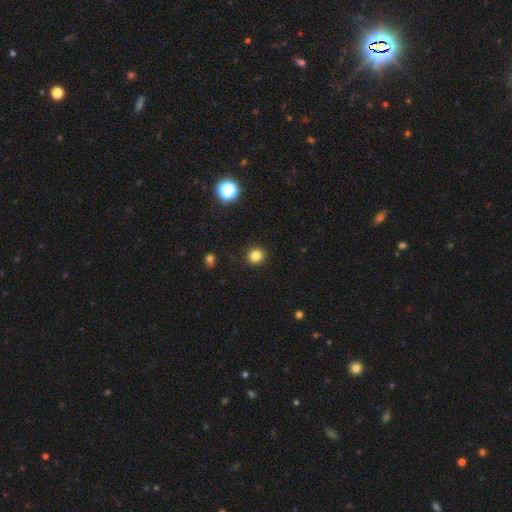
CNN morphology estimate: Smooth or featured? smooth (82%)
How rounded? round (87%)
Merging? none (90%)